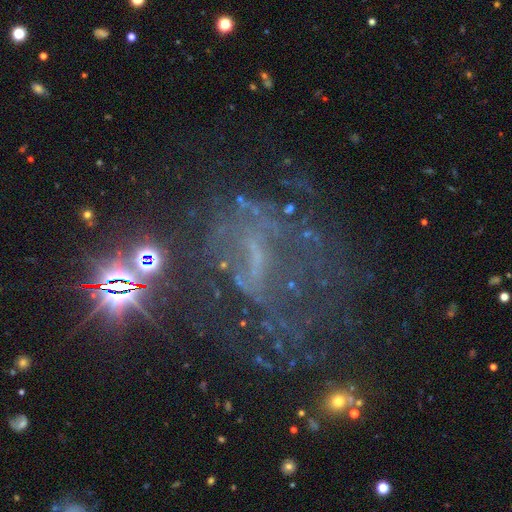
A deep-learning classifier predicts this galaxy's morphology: A featured or disk galaxy (50%).

Vote fractions:
- Smooth or featured? featured or disk: 50% / star or artifact: 35% / smooth: 16%
- Merging? none: 42% / major disturbance: 34% / minor disturbance: 18% / merger: 7%